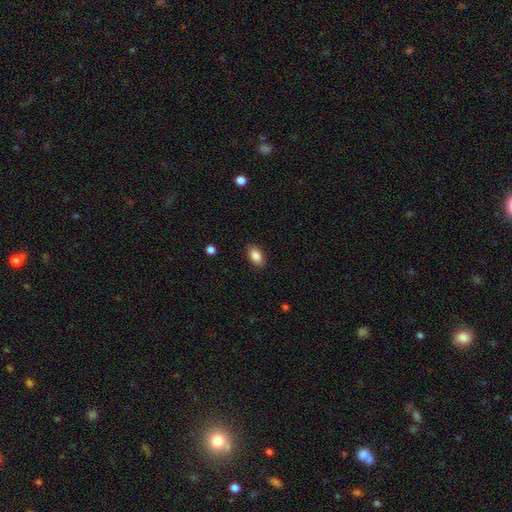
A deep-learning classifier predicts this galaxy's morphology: A smooth galaxy with no disk features (87%) that is in between round and cigar-shaped (91%). Merging: none (88%).